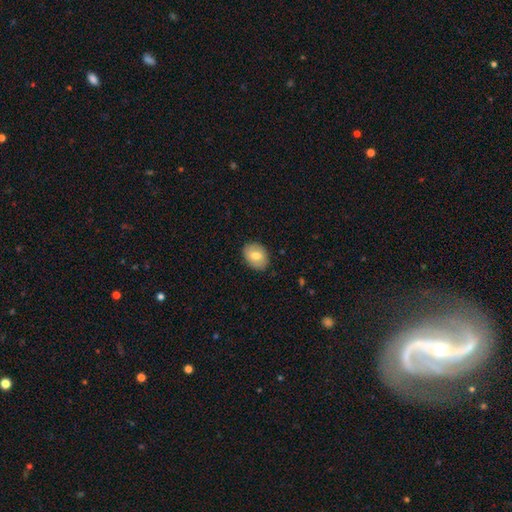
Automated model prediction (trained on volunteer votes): This appears to be a smooth galaxy with no disk features (71%) that is in between round and cigar-shaped (69%). Merging: none (86%).